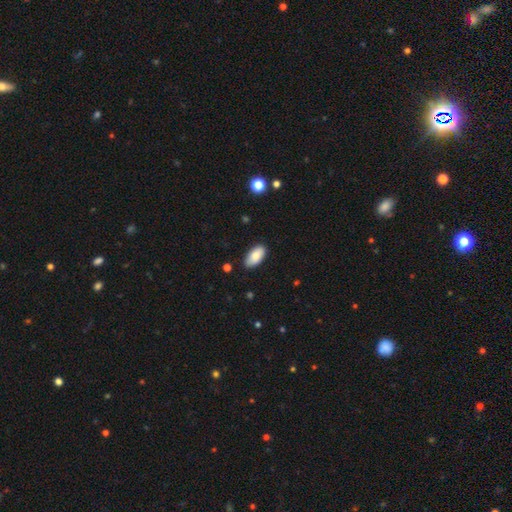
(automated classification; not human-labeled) Q: Smooth or featured?
A: smooth (82%); runner-up: featured or disk (12%)
Q: How rounded?
A: in between (94%); runner-up: cigar-shaped (4%)
Q: Merging?
A: none (85%); runner-up: minor disturbance (11%)